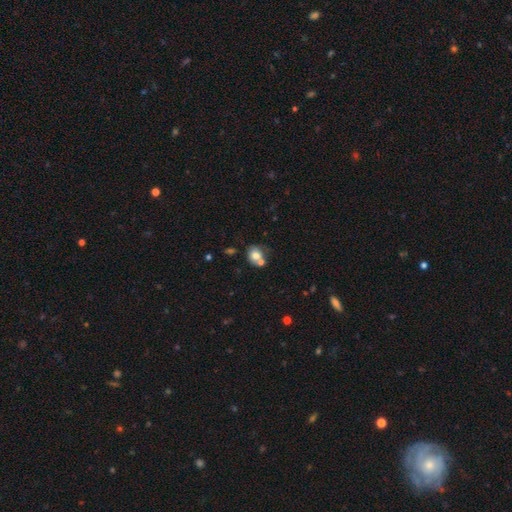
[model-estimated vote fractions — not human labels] This appears to be a smooth galaxy with no disk features (72%) that is round (66%). Merging: none (41%).